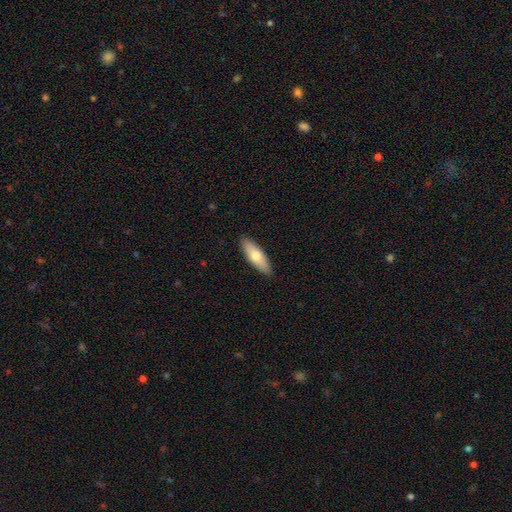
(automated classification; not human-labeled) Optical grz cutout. It shows a smooth galaxy with no disk features (69%) that is in between round and cigar-shaped (57%). Merging: none (89%).